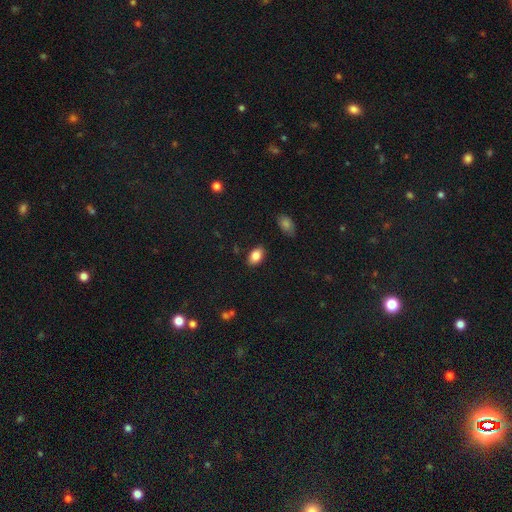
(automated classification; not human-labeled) This is clearly a smooth galaxy (85%). How rounded: clearly in between (90%). Merging: clearly none (85%).